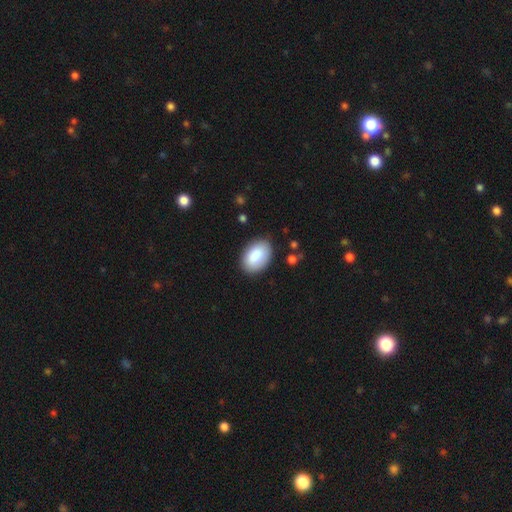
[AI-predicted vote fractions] smooth 87%, featured or disk 7%, star or artifact 6%. Down the decision tree: how rounded — in between (90%); merging — none (84%).